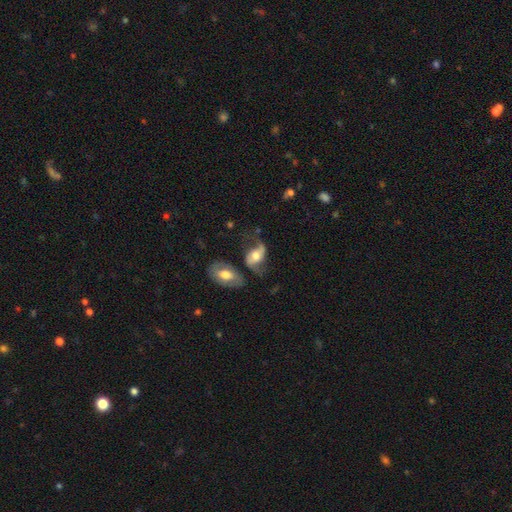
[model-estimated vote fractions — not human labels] A featured or disk galaxy (67%) with no bar (49%), 2 (87%) loose (76%) spiral arms (86%) and a moderate central bulge (58%). Merging: none (42%).